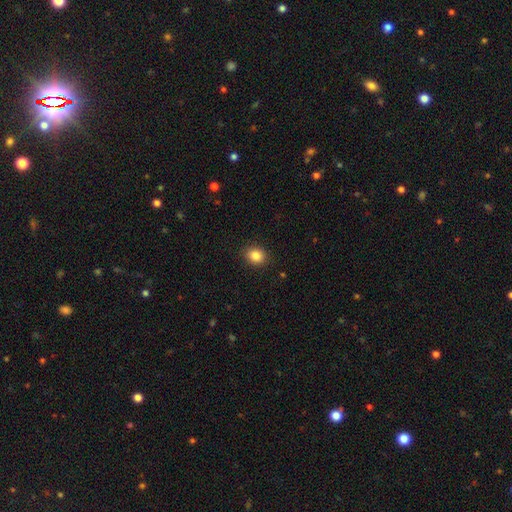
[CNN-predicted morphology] type=smooth (86%); roundness=round (64%); merging=none (90%).